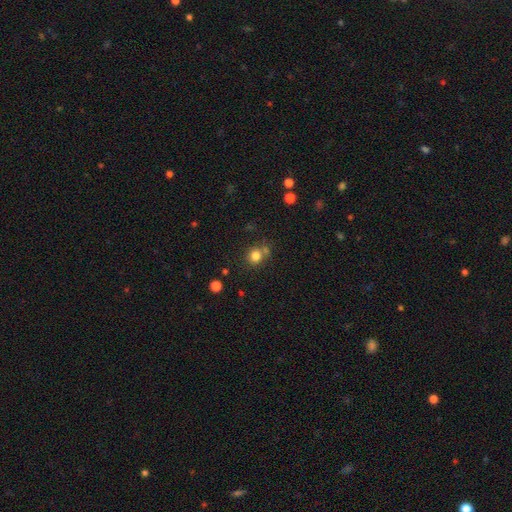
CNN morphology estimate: smooth 81%, star or artifact 13%, featured or disk 6%. Down the decision tree: how rounded — round (86%); merging — none (66%).